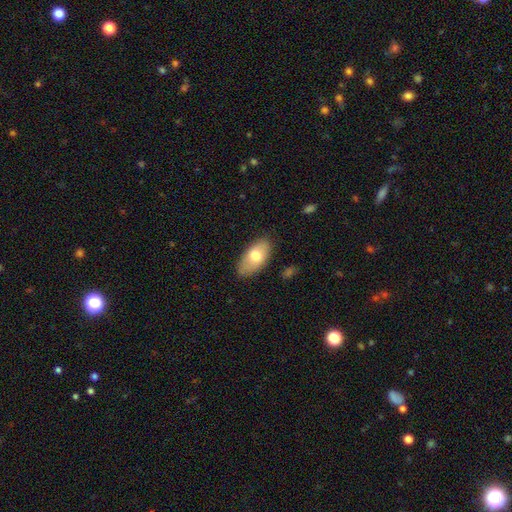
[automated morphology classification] This is likely a smooth galaxy (71%). How rounded: clearly in between (93%). Merging: clearly none (82%).